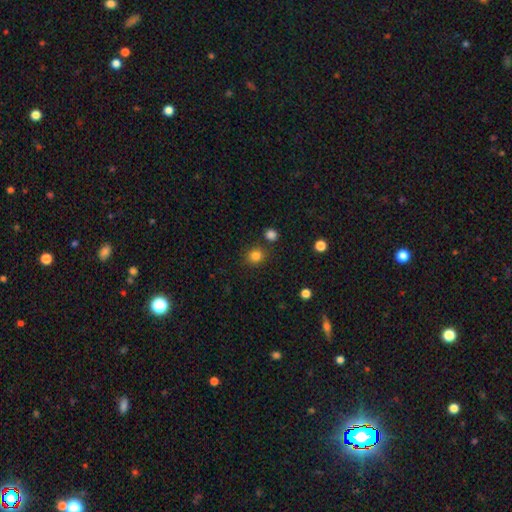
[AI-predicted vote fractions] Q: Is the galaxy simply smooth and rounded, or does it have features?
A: smooth — 83%.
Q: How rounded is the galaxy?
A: round — 84%.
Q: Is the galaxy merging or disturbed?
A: none — 82%.